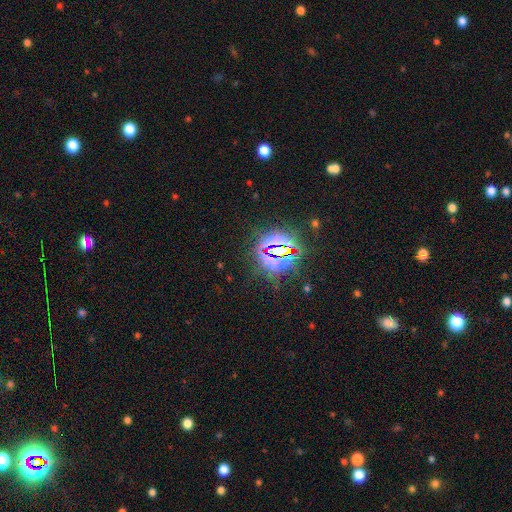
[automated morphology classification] This appears to be a star or artifact, not a galaxy (84%).